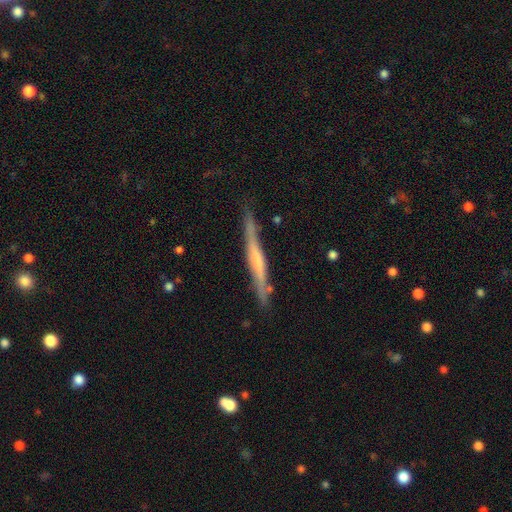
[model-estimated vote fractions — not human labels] Smooth or featured? featured or disk (64%)
Edge-on disk? yes (94%)
Edge-on bulge? none (50%)
Merging? none (80%)